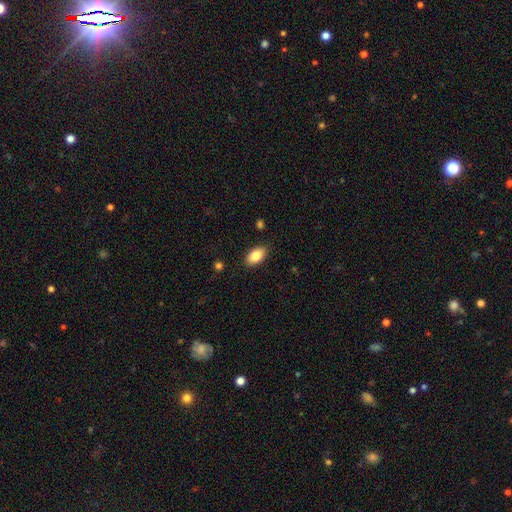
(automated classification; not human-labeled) Smooth or featured?
  - smooth: 84% *
  - featured or disk: 9%
  - star or artifact: 7%
How rounded?
  - in between: 92% *
  - round: 5%
  - cigar-shaped: 2%
Merging?
  - none: 87% *
  - minor disturbance: 10%
  - major disturbance: 2%
  - merger: 1%